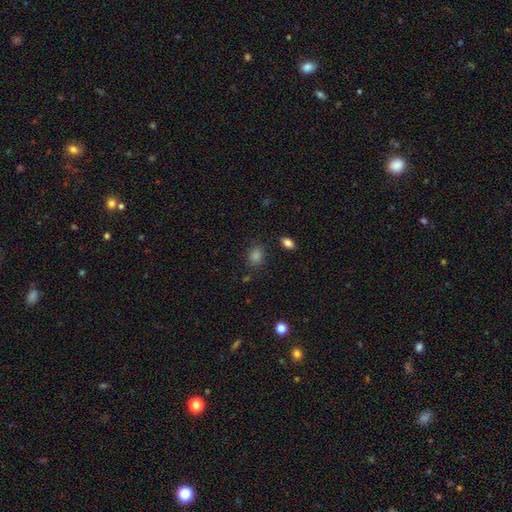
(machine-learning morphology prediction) smooth 78%, star or artifact 17%, featured or disk 5%. Down the decision tree: how rounded — in between (50%); merging — none (83%).